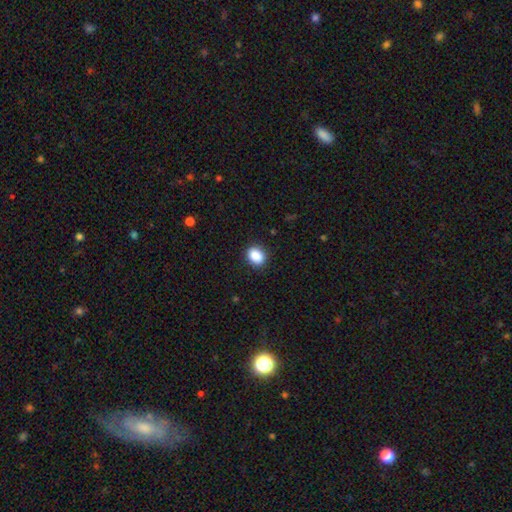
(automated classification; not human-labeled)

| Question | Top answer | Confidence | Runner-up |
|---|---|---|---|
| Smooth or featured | smooth | 88% | star or artifact (8%) |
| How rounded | in between | 64% | round (35%) |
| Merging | none | 87% | minor disturbance (9%) |